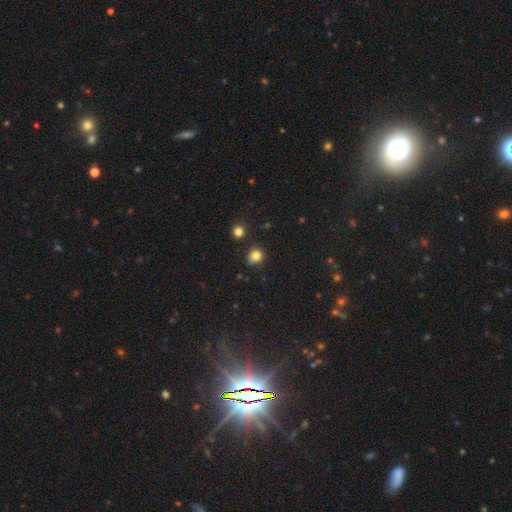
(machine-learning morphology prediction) Smooth or featured? Predicted: smooth (p=0.82). How rounded? Predicted: round (p=0.74). Merging? Predicted: none (p=0.76).